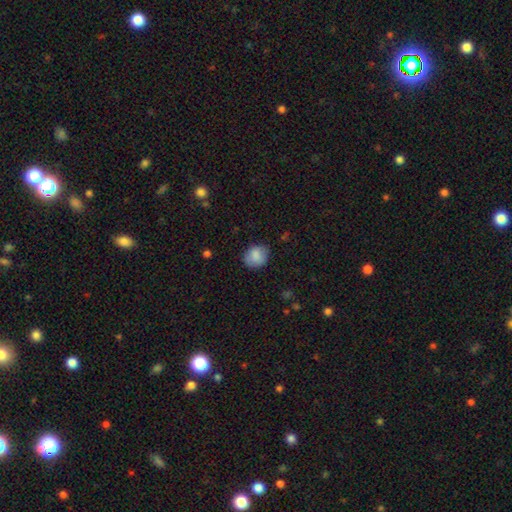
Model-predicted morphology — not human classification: This is clearly a smooth galaxy (84%). How rounded: likely round (69%). Merging: likely none (77%).